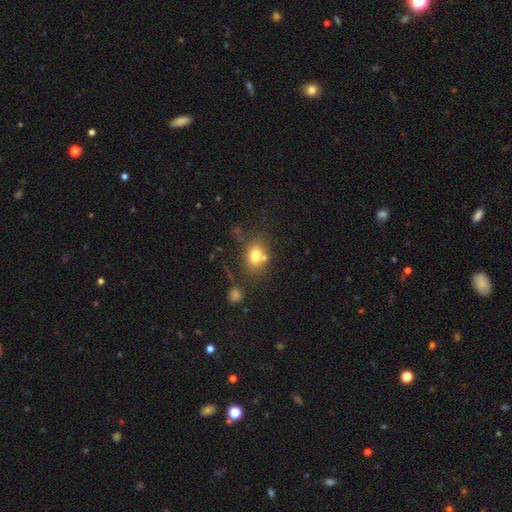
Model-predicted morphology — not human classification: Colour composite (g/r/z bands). It shows a smooth galaxy with no disk features (74%) that is in between round and cigar-shaped (64%). Merging: none (61%).